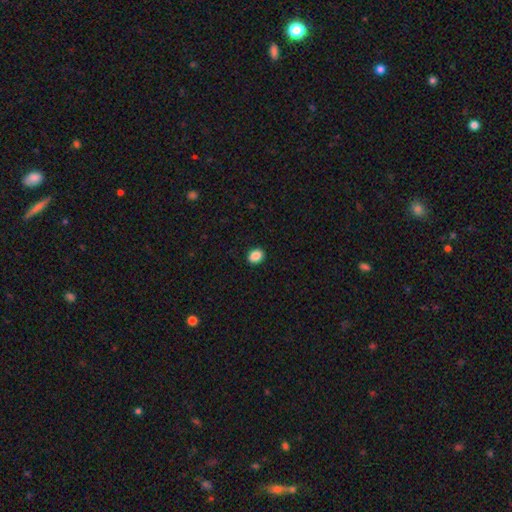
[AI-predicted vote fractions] Smooth or featured: smooth — 88% (star or artifact — 9%)
How rounded: in between — 56% (round — 43%)
Merging: none — 91% (minor disturbance — 6%)